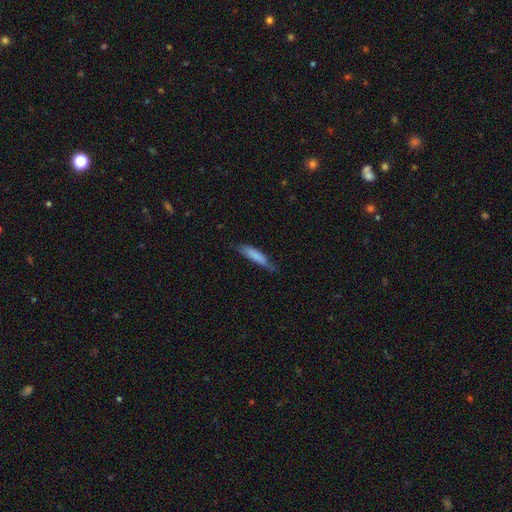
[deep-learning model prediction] Smooth or featured: smooth — 79% (featured or disk — 15%)
How rounded: cigar-shaped — 80% (in between — 18%)
Merging: none — 62% (minor disturbance — 30%)